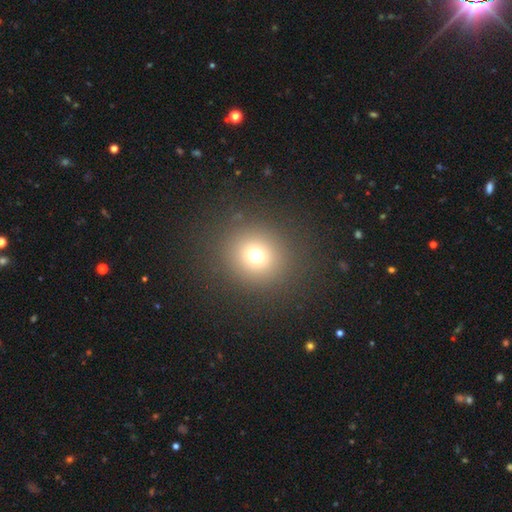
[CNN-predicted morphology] This appears to be a smooth galaxy with no disk features (70%) that is round (91%). Merging: none (88%).